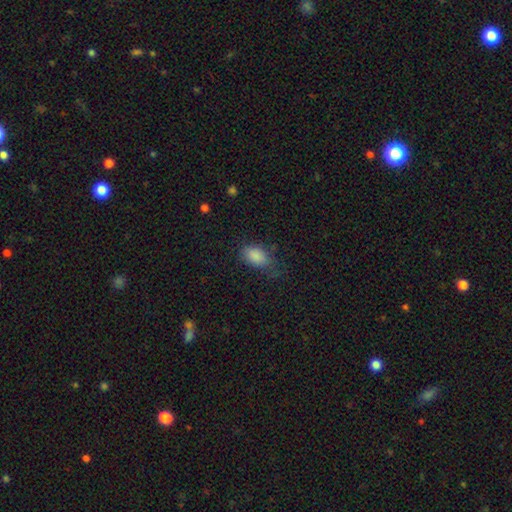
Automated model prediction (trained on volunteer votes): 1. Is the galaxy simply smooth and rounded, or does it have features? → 86% smooth, 9% star or artifact, 5% featured or disk.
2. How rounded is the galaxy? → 88% in between, 9% round, 2% cigar-shaped.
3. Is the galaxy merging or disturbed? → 62% none, 26% minor disturbance, 10% major disturbance, 2% merger.